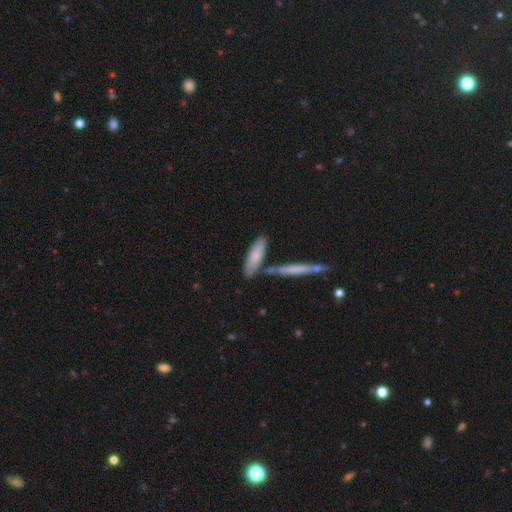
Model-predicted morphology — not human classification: Smooth or featured: smooth — 73% (featured or disk — 21%)
How rounded: cigar-shaped — 57% (in between — 41%)
Merging: none — 63% (merger — 19%)